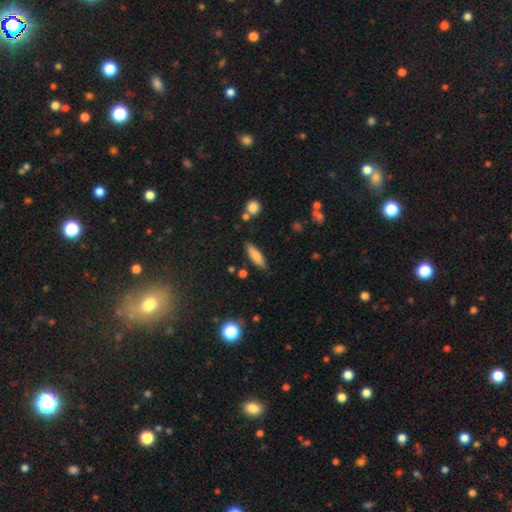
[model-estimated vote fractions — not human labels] Smooth or featured: smooth — 78% (featured or disk — 14%)
How rounded: cigar-shaped — 58% (in between — 40%)
Merging: none — 81% (minor disturbance — 13%)